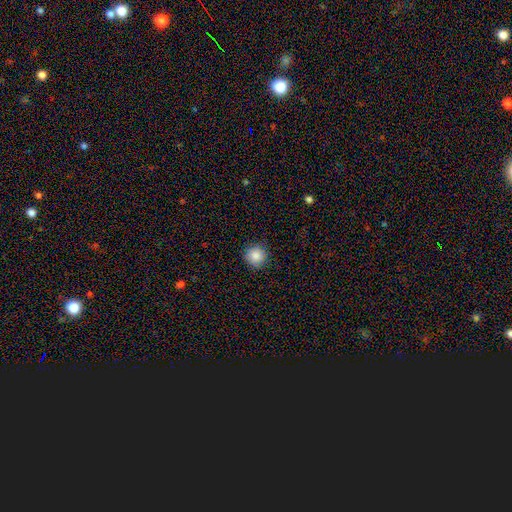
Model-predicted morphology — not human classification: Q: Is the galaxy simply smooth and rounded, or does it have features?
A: smooth — 87%.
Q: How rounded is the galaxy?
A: round — 95%.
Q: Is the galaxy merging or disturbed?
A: none — 89%.